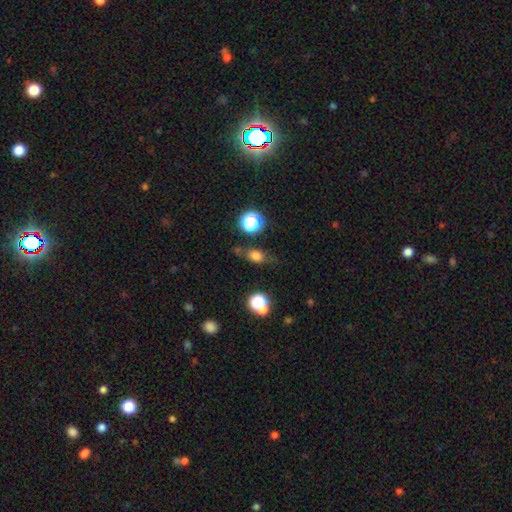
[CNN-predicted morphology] This is likely a smooth galaxy (69%). How rounded: possibly in between (59%). Merging: likely none (63%).